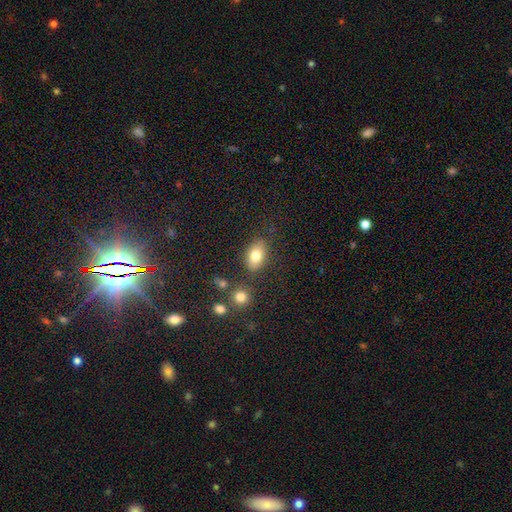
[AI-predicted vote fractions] smooth_or_featured: smooth (p=0.79) [alt: featured or disk p=0.12]
how_rounded: in between (p=0.85) [alt: round p=0.13]
merging: none (p=0.79) [alt: minor disturbance p=0.12]